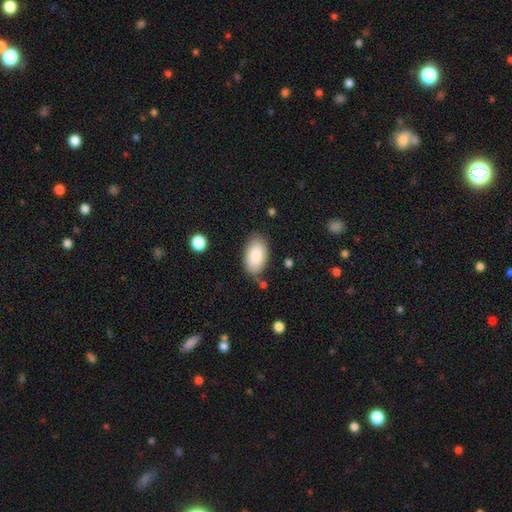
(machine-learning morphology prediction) smooth_or_featured: smooth (p=0.88) [alt: featured or disk p=0.07]
how_rounded: in between (p=0.95) [alt: round p=0.03]
merging: none (p=0.78) [alt: minor disturbance p=0.15]